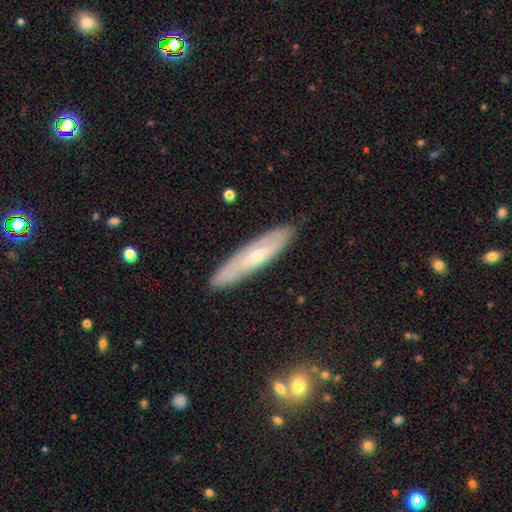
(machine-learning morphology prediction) This is possibly a featured or disk galaxy (49%). Merging: clearly none (85%).